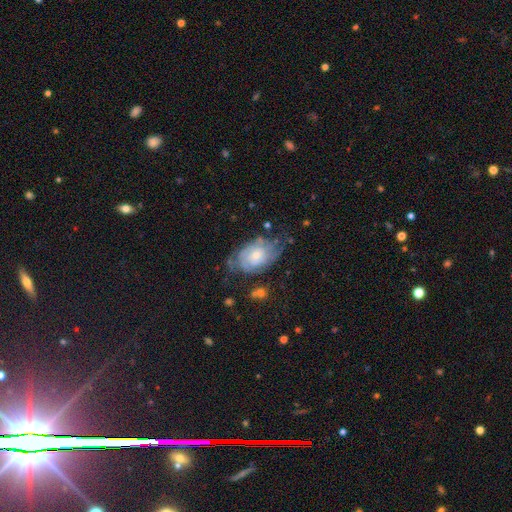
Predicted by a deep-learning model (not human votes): The model was most divided on "bulge size": small: 54%, moderate: 40%, large: 4%, none: 2%, dominant: 1%. More confident: edge-on disk — no (96%); spiral arms — yes (82%); bar — no (79%); smooth or featured — featured or disk (69%); spiral winding — tight (61%); spiral arm count — can't tell (53%); merging — none (52%).